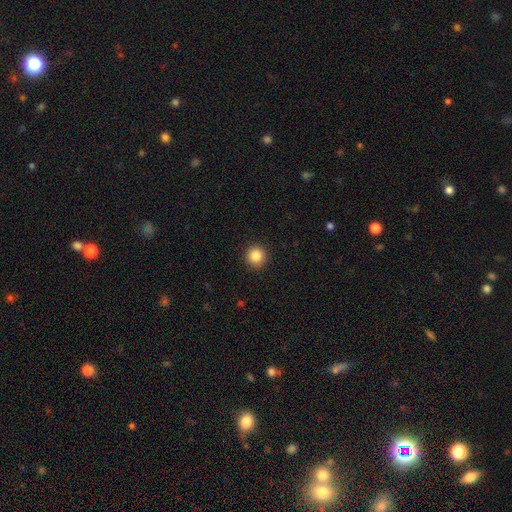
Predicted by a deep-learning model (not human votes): smooth-or-featured: smooth: 86% | star or artifact: 10% | featured or disk: 4%
  how-rounded: round: 95% | in between: 4% | cigar-shaped: 1%
  merging: none: 92% | minor disturbance: 5% | major disturbance: 2% | merger: 1%